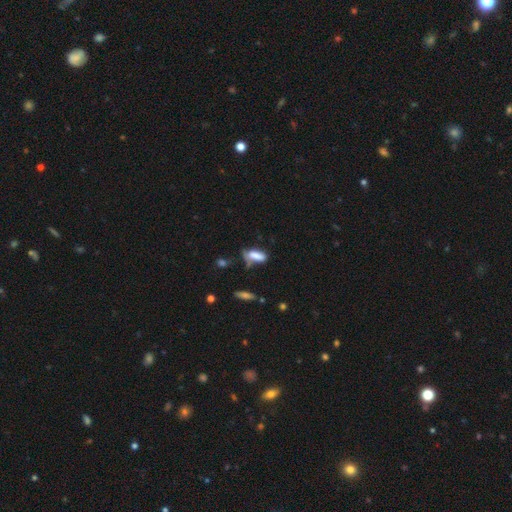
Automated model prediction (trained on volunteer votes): This appears to be a smooth galaxy with no disk features (76%) that is in between round and cigar-shaped (75%). Merging: none (41%).